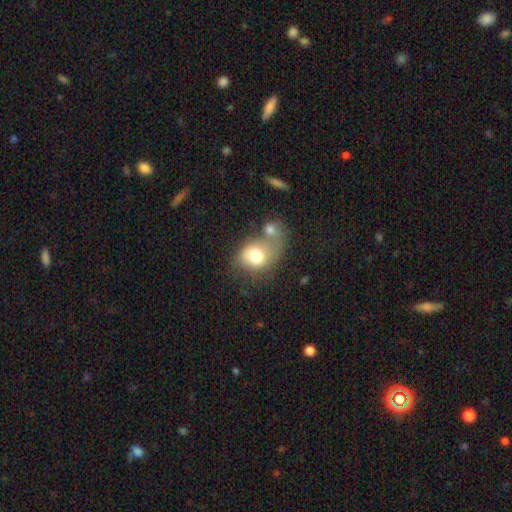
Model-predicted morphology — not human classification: Q: Smooth or featured?
A: smooth (71%); runner-up: featured or disk (21%)
Q: How rounded?
A: in between (56%); runner-up: round (43%)
Q: Merging?
A: merger (51%); runner-up: none (20%)